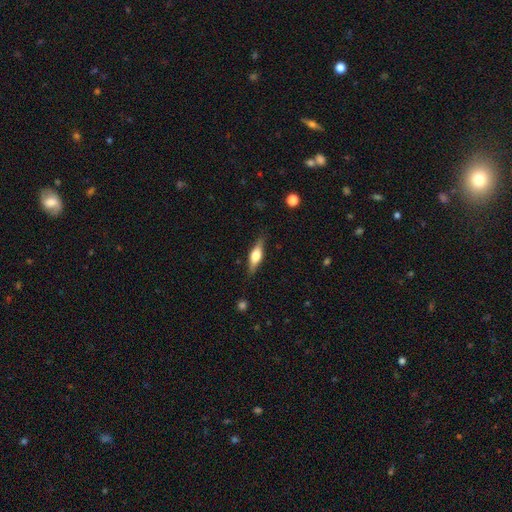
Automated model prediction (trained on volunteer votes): smooth_or_featured: featured or disk (p=0.50) [alt: smooth p=0.44]
merging: none (p=0.84) [alt: minor disturbance p=0.12]